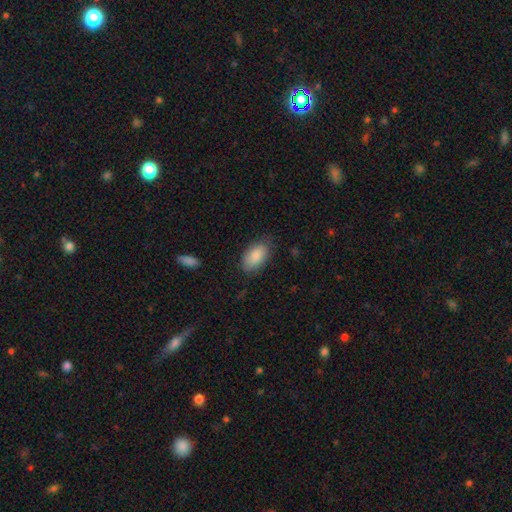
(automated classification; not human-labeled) This appears to be a smooth galaxy with no disk features (86%) that is in between round and cigar-shaped (93%). Merging: none (77%).